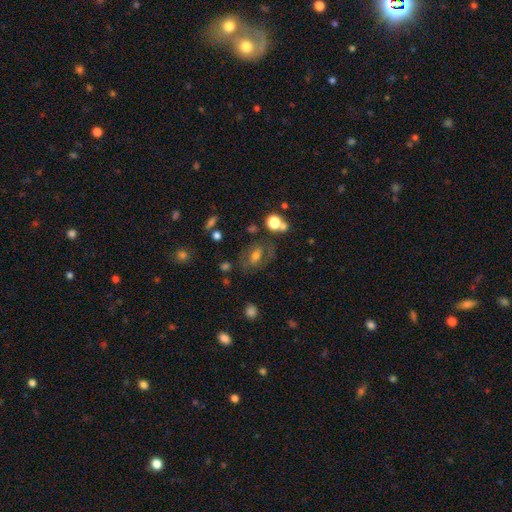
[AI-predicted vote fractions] A smooth galaxy with no disk features (50%). Merging: none (60%).